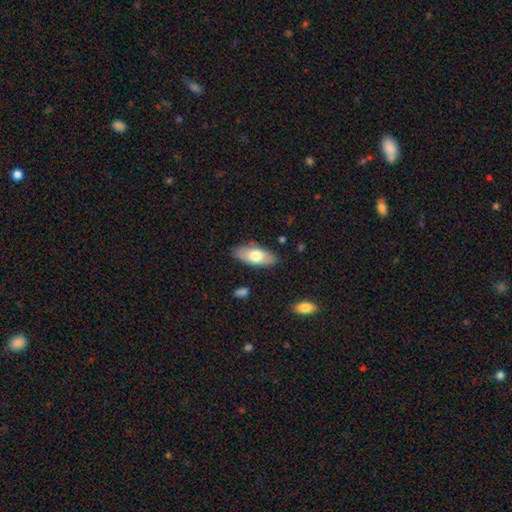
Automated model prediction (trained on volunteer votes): This is likely a smooth galaxy (70%). How rounded: clearly in between (86%). Merging: clearly none (84%).